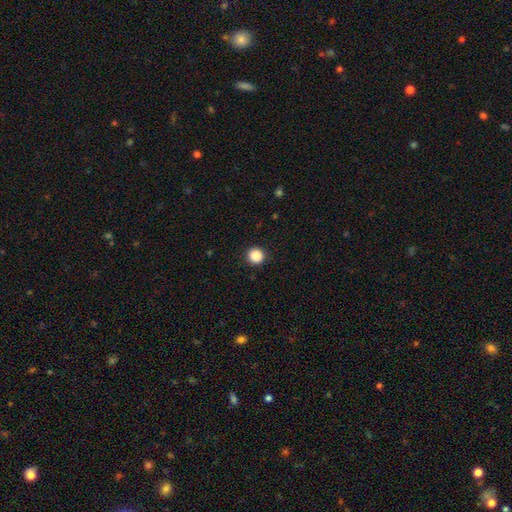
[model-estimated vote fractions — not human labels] This appears to be a smooth galaxy with no disk features (88%) that is round (95%). Merging: none (92%).